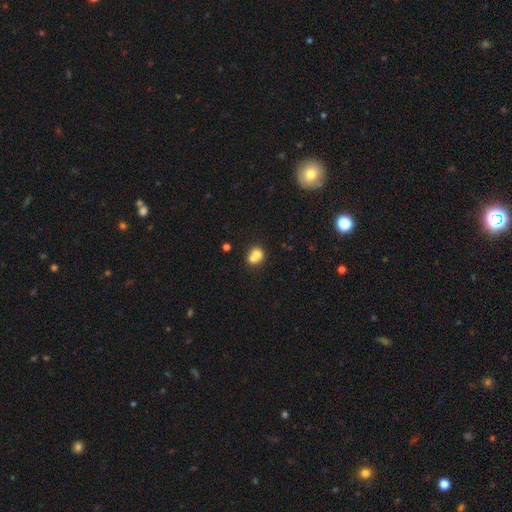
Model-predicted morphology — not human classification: smooth-or-featured: smooth: 71% | featured or disk: 19% | star or artifact: 11%
  how-rounded: round: 68% | in between: 31% | cigar-shaped: 1%
  merging: merger: 62% | none: 27% | minor disturbance: 7% | major disturbance: 4%